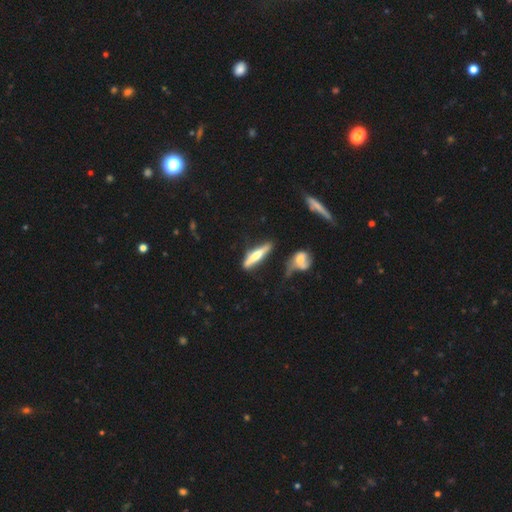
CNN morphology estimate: Smooth or featured?
  - featured or disk: 48% *
  - smooth: 46%
  - star or artifact: 6%
Merging?
  - none: 60% *
  - minor disturbance: 22%
  - merger: 9%
  - major disturbance: 9%